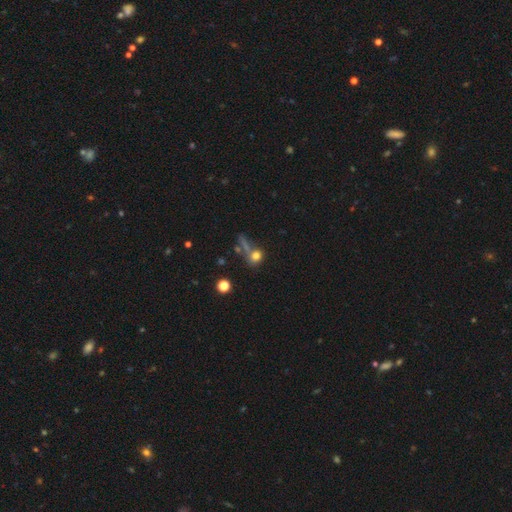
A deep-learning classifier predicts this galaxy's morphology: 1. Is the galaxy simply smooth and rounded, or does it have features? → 71% smooth, 16% star or artifact, 13% featured or disk.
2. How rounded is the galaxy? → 74% round, 21% in between, 5% cigar-shaped.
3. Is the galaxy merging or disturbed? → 49% none, 24% merger, 14% major disturbance, 13% minor disturbance.